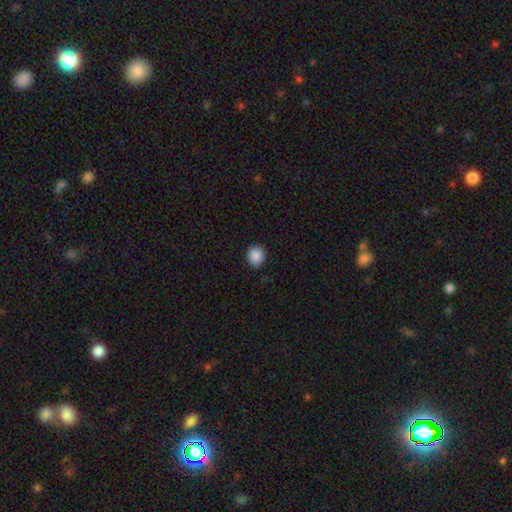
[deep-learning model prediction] smooth-or-featured: smooth: 89% | star or artifact: 8% | featured or disk: 3%
  how-rounded: round: 75% | in between: 24% | cigar-shaped: 1%
  merging: none: 89% | minor disturbance: 8% | major disturbance: 2% | merger: 1%